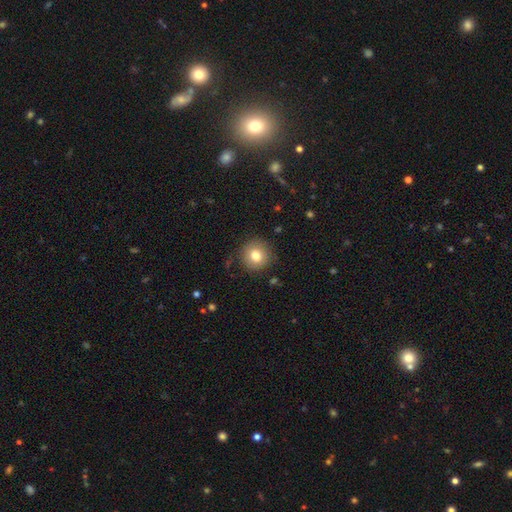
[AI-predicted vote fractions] A smooth galaxy with no disk features (80%) that is round (92%).

Vote fractions:
- Smooth or featured? smooth: 80% / featured or disk: 10% / star or artifact: 10%
- How rounded? round: 92% / in between: 7% / cigar-shaped: 1%
- Merging? none: 87% / minor disturbance: 9% / major disturbance: 3% / merger: 1%